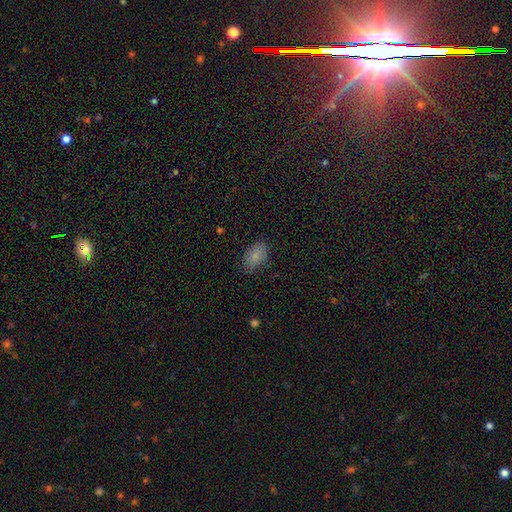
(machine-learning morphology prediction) This is clearly a smooth galaxy (82%). How rounded: clearly in between (90%). Merging: likely none (78%).